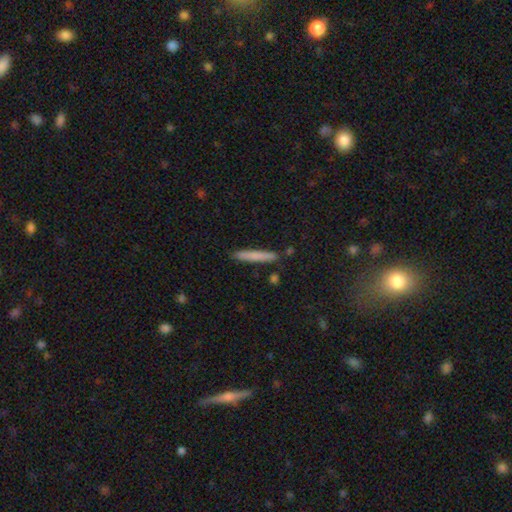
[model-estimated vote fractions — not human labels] smooth-or-featured: smooth: 76% | featured or disk: 18% | star or artifact: 6%
  how-rounded: cigar-shaped: 95% | in between: 3% | round: 1%
  merging: none: 87% | minor disturbance: 8% | merger: 2% | major disturbance: 2%